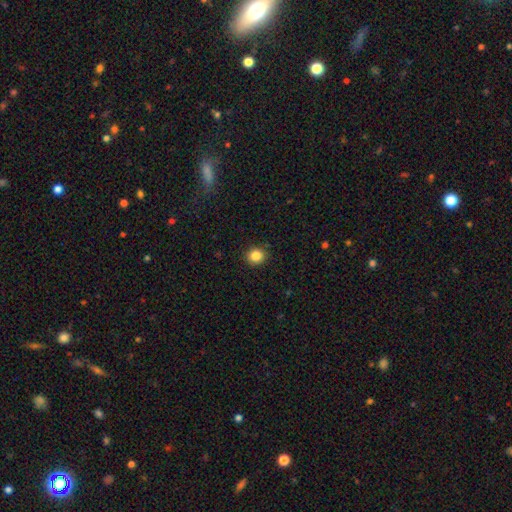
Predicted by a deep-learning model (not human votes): Smooth or featured? smooth (85%)
How rounded? round (87%)
Merging? none (91%)